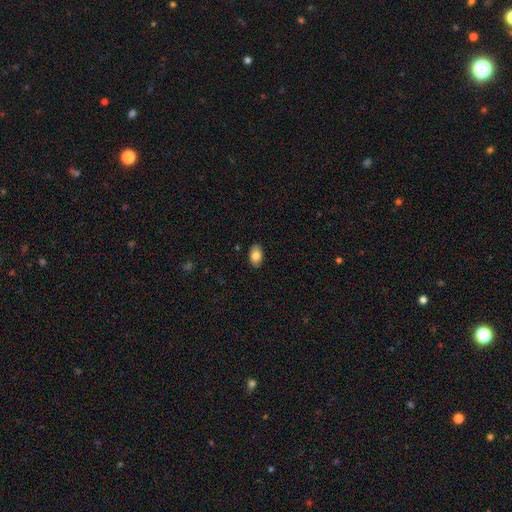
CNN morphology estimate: The model was most divided on "smooth or featured": smooth: 83%, featured or disk: 10%, star or artifact: 7%. More confident: how rounded — in between (91%); merging — none (88%).